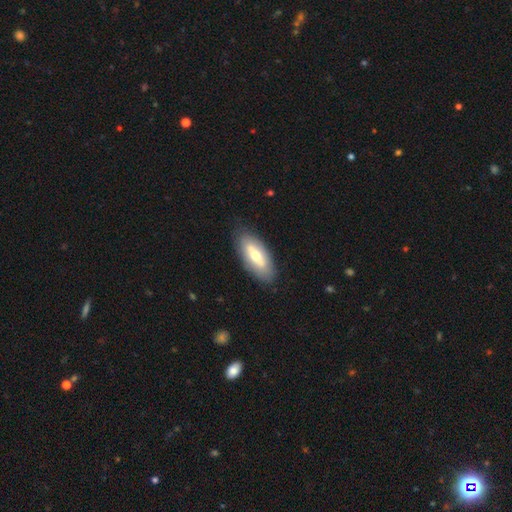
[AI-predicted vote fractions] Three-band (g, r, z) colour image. It shows a smooth galaxy with no disk features (51%) that is in between round and cigar-shaped (84%). Merging: none (82%).